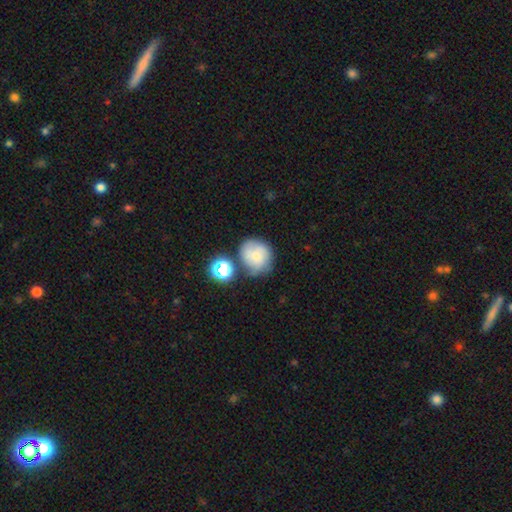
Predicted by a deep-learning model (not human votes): smooth_or_featured: smooth (p=0.61) [alt: featured or disk p=0.27]
how_rounded: round (p=0.82) [alt: in between p=0.17]
merging: none (p=0.52) [alt: minor disturbance p=0.22]